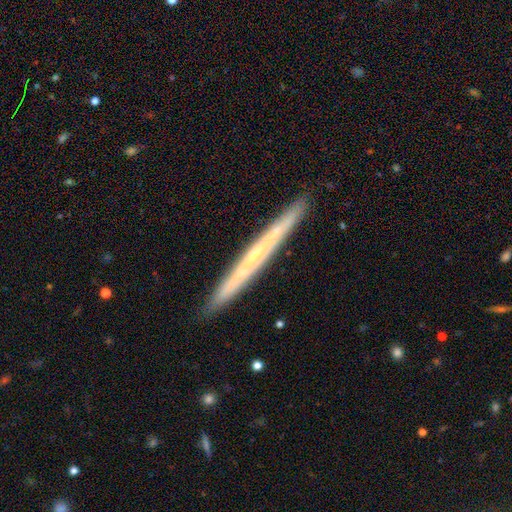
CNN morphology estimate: Overall: featured or disk (63%; smooth 31%). Edge-on disk: yes (97%). Edge-on bulge: none (66%; rounded 30%). Merging: none (92%).